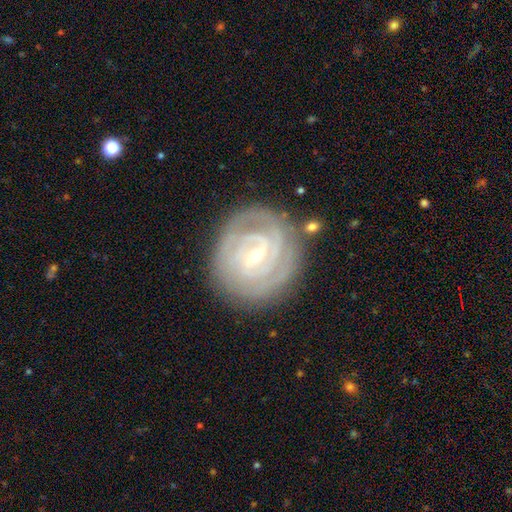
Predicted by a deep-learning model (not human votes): Morphology: type=featured or disk (88%); edge-on=no (97%); bar=weak (50%); spiral arms=yes (97%); winding=tight (80%); arm count=2 (33%); bulge=small (68%); merging=none (81%).